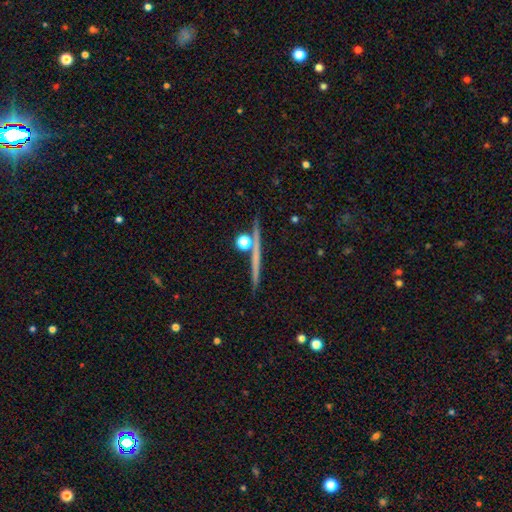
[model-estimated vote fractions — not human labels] Smooth or featured?
  - featured or disk: 57% *
  - smooth: 31%
  - star or artifact: 12%
Edge-on disk?
  - yes: 97% *
  - no: 3%
Edge-on bulge?
  - none: 82% *
  - rounded: 14%
  - boxy: 5%
Merging?
  - none: 89% *
  - minor disturbance: 6%
  - merger: 4%
  - major disturbance: 2%